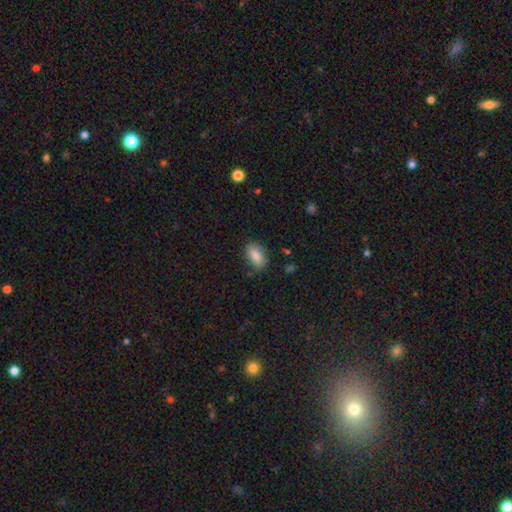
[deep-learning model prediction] This appears to be a smooth galaxy with no disk features (85%) that is in between round and cigar-shaped (87%). Merging: none (81%).